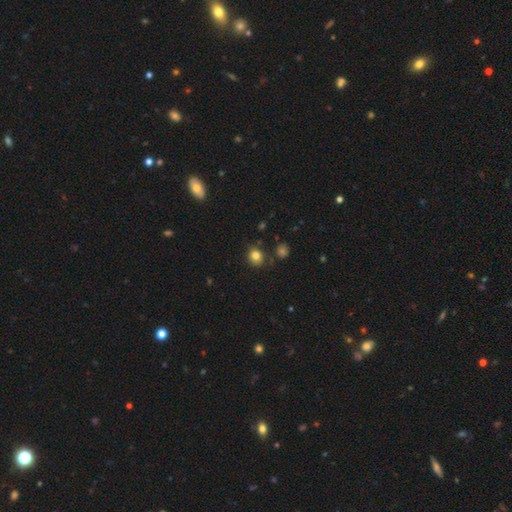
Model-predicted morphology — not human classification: A smooth galaxy with no disk features (82%) that is round (76%). Merging: none (82%).